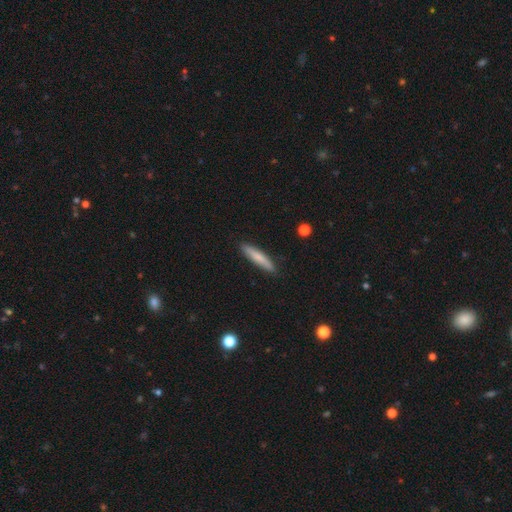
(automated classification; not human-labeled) Q: Smooth or featured?
A: smooth (73%); runner-up: featured or disk (21%)
Q: How rounded?
A: cigar-shaped (92%); runner-up: in between (7%)
Q: Merging?
A: none (90%); runner-up: minor disturbance (8%)